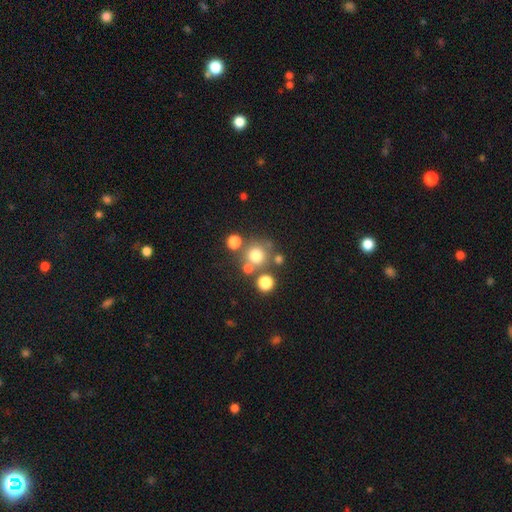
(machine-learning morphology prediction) smooth-or-featured: smooth: 72% | star or artifact: 16% | featured or disk: 12%
  how-rounded: round: 92% | in between: 7% | cigar-shaped: 1%
  merging: none: 69% | merger: 17% | minor disturbance: 9% | major disturbance: 4%